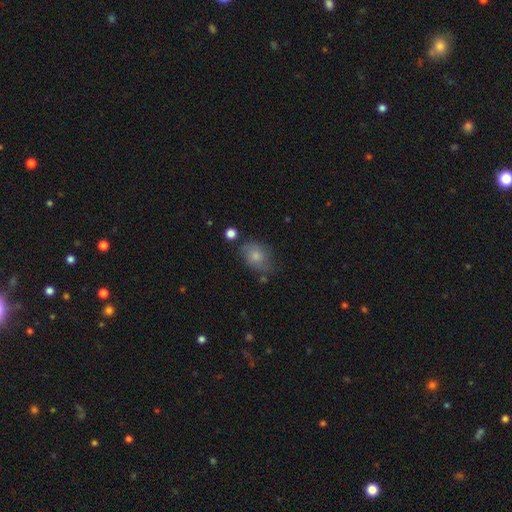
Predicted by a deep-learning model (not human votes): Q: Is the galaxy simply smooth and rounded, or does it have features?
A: smooth — 72%.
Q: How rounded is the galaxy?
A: in between — 68%.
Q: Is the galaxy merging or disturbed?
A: none — 58%.